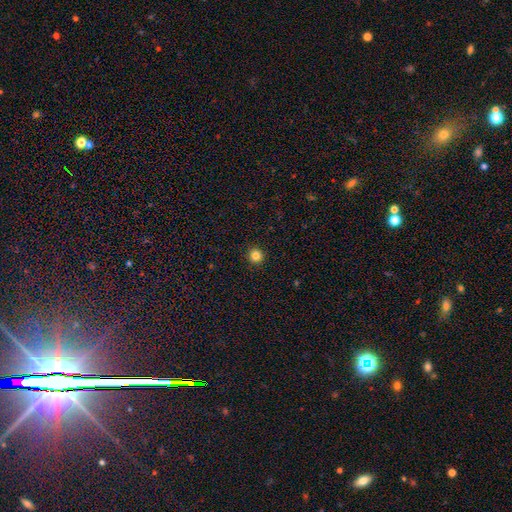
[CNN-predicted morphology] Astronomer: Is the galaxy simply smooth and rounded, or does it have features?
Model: smooth — 84%.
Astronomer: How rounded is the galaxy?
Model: round — 94%.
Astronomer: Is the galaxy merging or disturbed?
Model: none — 93%.